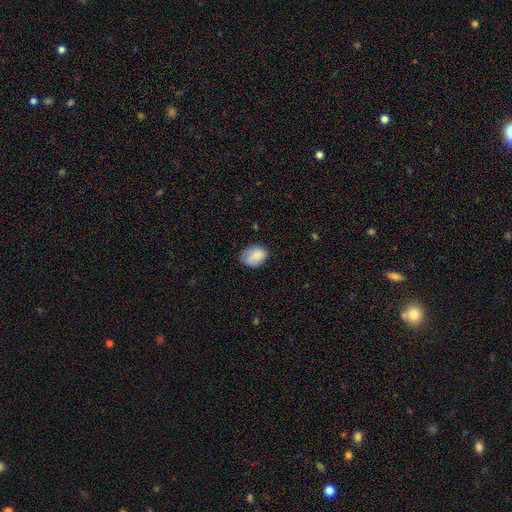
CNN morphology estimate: A smooth galaxy with no disk features (81%) that is in between round and cigar-shaped (68%).

Vote fractions:
- Smooth or featured? smooth: 81% / featured or disk: 11% / star or artifact: 7%
- How rounded? in between: 68% / round: 31% / cigar-shaped: 1%
- Merging? none: 64% / minor disturbance: 27% / major disturbance: 7% / merger: 1%